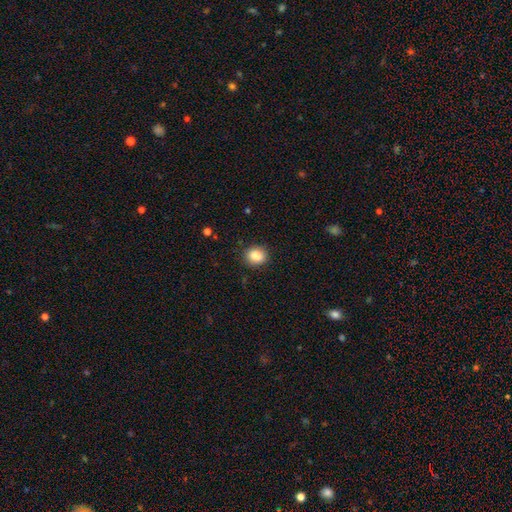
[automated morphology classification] A smooth galaxy with no disk features (86%) that is round (67%).

Vote fractions:
- Smooth or featured? smooth: 86% / star or artifact: 9% / featured or disk: 5%
- How rounded? round: 67% / in between: 32% / cigar-shaped: 1%
- Merging? none: 89% / minor disturbance: 8% / major disturbance: 2% / merger: 1%